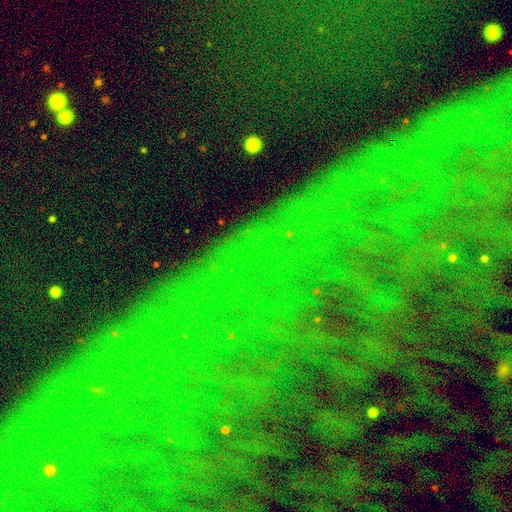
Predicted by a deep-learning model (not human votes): Smooth or featured? Predicted: star or artifact (p=0.83).